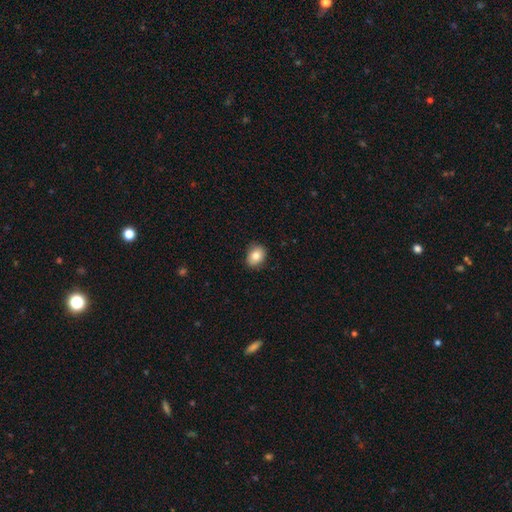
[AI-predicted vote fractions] smooth 81%, featured or disk 10%, star or artifact 9%. Down the decision tree: how rounded — in between (55%); merging — none (86%).